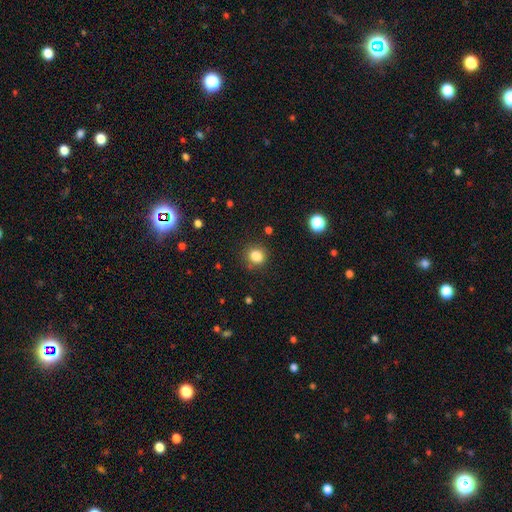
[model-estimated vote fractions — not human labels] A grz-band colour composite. It shows a smooth galaxy with no disk features (83%) that is round (76%). Merging: none (83%).